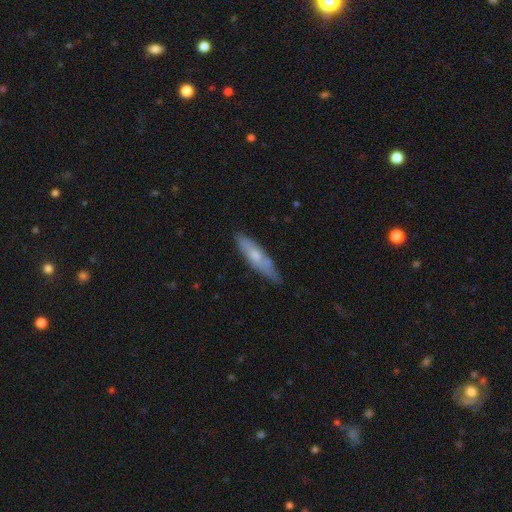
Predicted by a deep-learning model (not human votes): Q: Smooth or featured?
A: smooth (57%); runner-up: featured or disk (38%)
Q: How rounded?
A: cigar-shaped (71%); runner-up: in between (28%)
Q: Merging?
A: none (72%); runner-up: minor disturbance (22%)